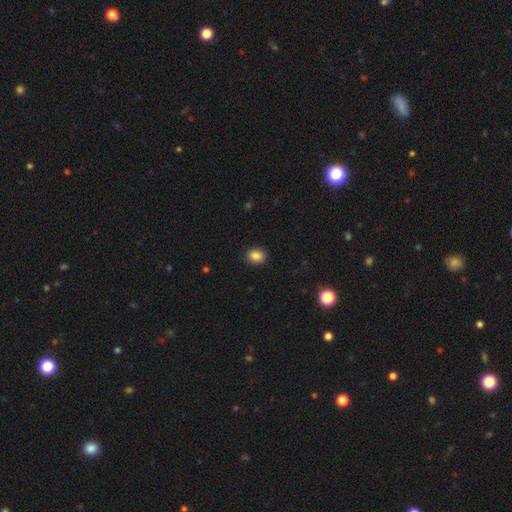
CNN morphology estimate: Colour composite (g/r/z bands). It shows a smooth galaxy with no disk features (87%) that is in between round and cigar-shaped (55%). Merging: none (90%).